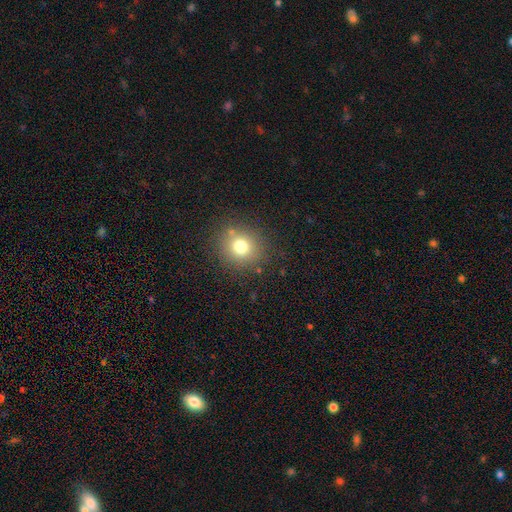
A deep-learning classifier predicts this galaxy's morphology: Overall: smooth (70%). How rounded: round (91%). Merging: none (89%).